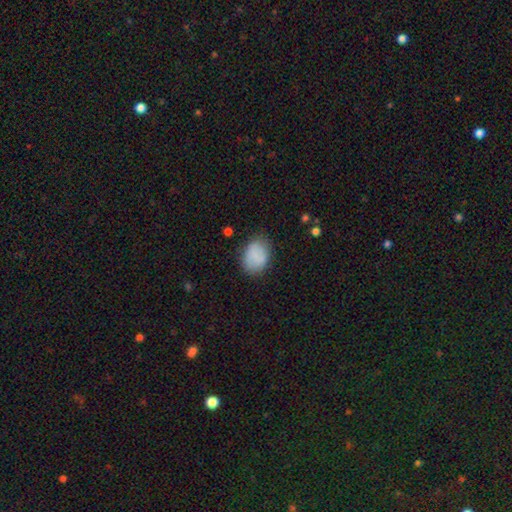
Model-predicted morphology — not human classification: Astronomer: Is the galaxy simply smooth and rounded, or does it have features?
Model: smooth — 84%.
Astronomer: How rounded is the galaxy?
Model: in between — 66%.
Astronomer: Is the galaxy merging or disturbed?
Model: none — 76%.